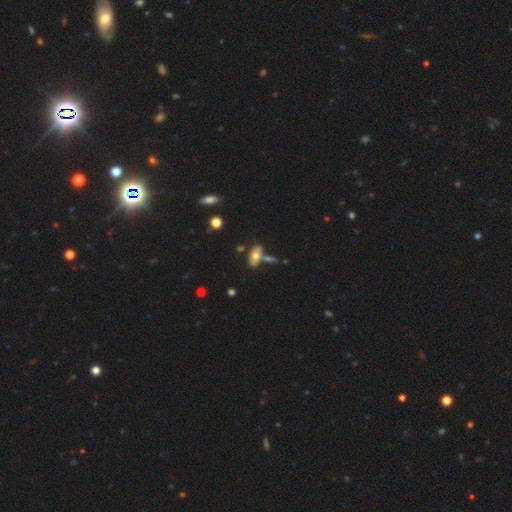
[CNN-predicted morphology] type=smooth (59%); roundness=in between (85%); merging=none (58%).